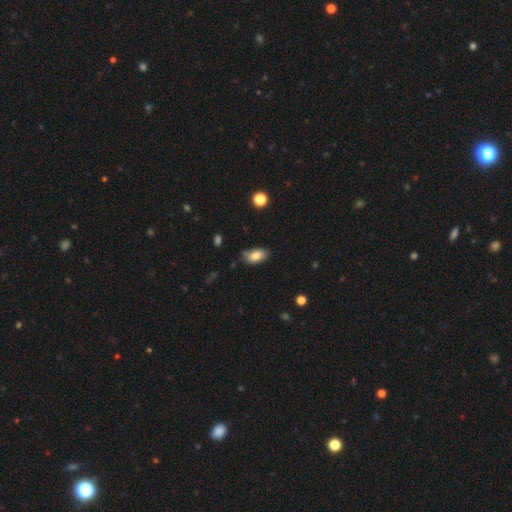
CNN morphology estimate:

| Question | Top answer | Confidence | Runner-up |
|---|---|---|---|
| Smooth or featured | smooth | 82% | featured or disk (10%) |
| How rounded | in between | 91% | round (6%) |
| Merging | none | 76% | minor disturbance (18%) |